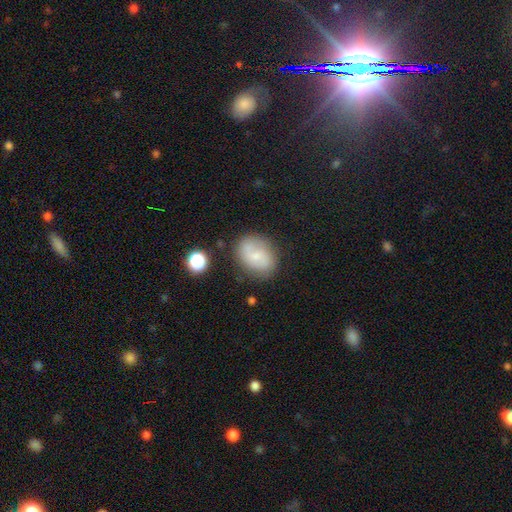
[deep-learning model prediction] Overall: smooth (48%; featured or disk 42%). Merging: none (71%).